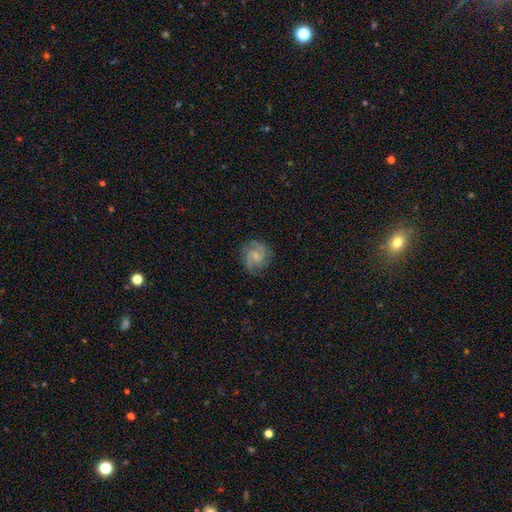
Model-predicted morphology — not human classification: Smooth or featured?
  - featured or disk: 71% *
  - smooth: 21%
  - star or artifact: 7%
Edge-on disk?
  - no: 98% *
  - yes: 2%
Bar?
  - no: 49% *
  - weak: 45%
  - strong: 7%
Spiral arms?
  - yes: 95% *
  - no: 5%
Spiral winding?
  - medium: 48% *
  - tight: 38%
  - loose: 14%
Spiral arm count?
  - 2: 57% *
  - 3: 18%
  - can't tell: 13%
  - 4: 4%
  - 1: 4%
  - more than 4: 3%
Bulge size?
  - small: 55% *
  - moderate: 23%
  - none: 18%
  - large: 2%
  - dominant: 1%
Merging?
  - none: 81% *
  - minor disturbance: 14%
  - major disturbance: 5%
  - merger: 1%